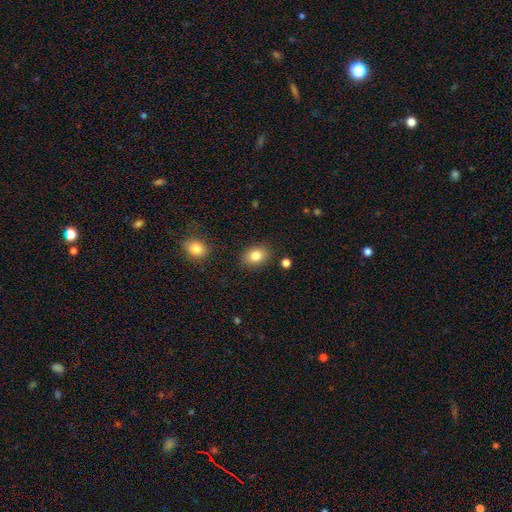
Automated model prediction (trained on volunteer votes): This is clearly a smooth galaxy (83%). How rounded: likely in between (67%). Merging: clearly none (86%).